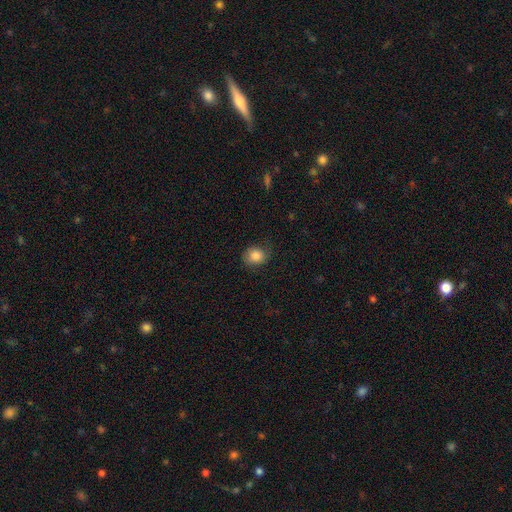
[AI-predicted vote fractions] Overall: smooth (83%). How rounded: round (69%; in between 30%). Merging: none (73%).